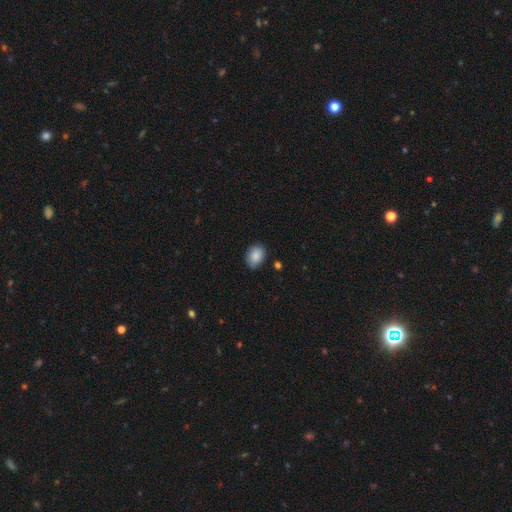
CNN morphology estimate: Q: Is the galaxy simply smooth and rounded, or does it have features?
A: smooth — 86%.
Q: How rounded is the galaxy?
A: in between — 61%.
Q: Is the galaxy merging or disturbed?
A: none — 75%.